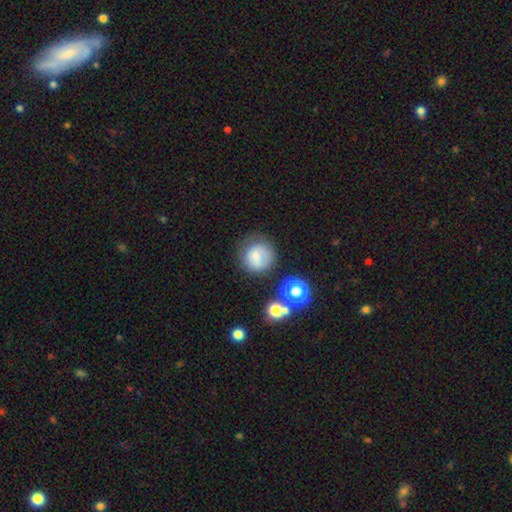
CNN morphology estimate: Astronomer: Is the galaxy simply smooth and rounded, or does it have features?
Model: smooth — 72%.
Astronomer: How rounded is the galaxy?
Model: round — 90%.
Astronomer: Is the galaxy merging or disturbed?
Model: none — 67%.